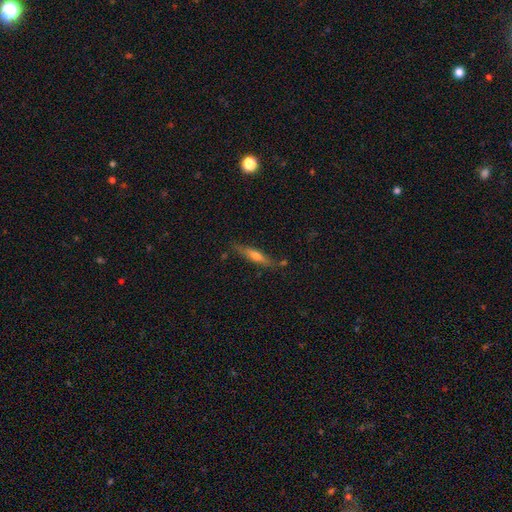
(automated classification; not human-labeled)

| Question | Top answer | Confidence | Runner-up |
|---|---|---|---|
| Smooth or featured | featured or disk | 51% | smooth (41%) |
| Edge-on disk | yes | 90% | no (10%) |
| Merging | none | 78% | minor disturbance (15%) |